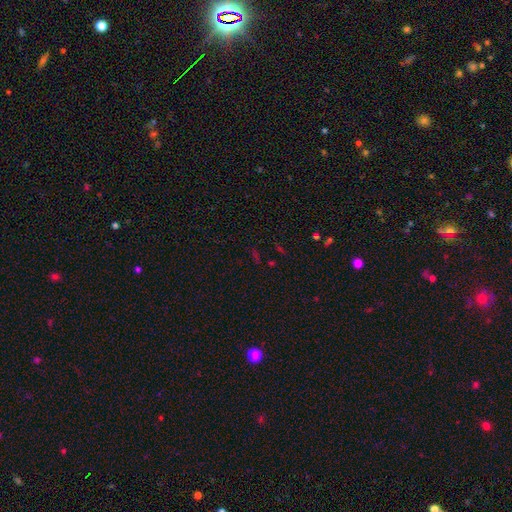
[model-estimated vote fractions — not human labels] A star or artifact, not a galaxy (58%).

Vote fractions:
- Smooth or featured? star or artifact: 58% / smooth: 28% / featured or disk: 13%